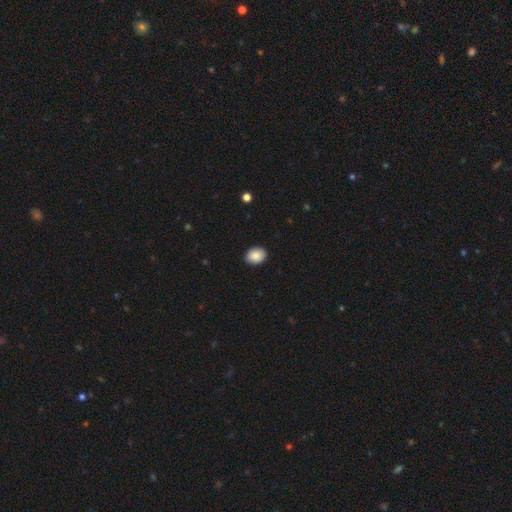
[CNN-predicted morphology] Smooth or featured? smooth (87%)
How rounded? in between (66%)
Merging? none (90%)